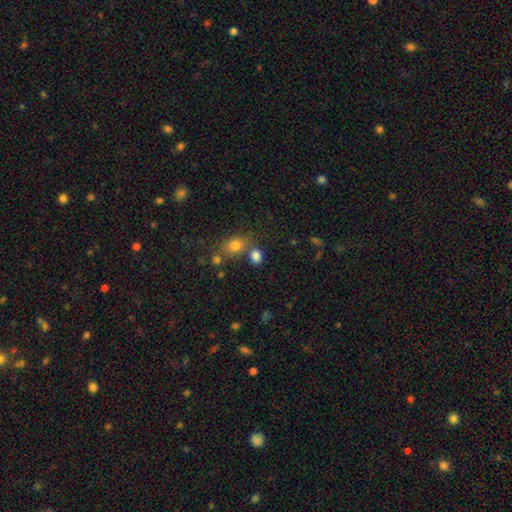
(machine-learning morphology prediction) Overall: smooth (82%). How rounded: in between (52%; round 47%). Merging: none (63%).